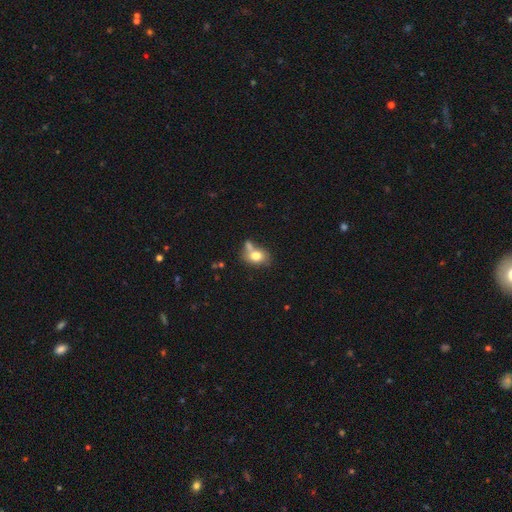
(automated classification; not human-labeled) A smooth galaxy with no disk features (76%) that is in between round and cigar-shaped (66%). Merging: none (42%).